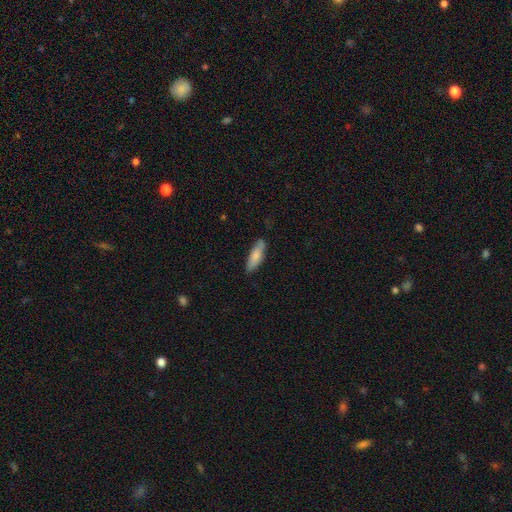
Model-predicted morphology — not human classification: Smooth or featured? Predicted: smooth (p=0.79). How rounded? Predicted: cigar-shaped (p=0.49, tied with in between). Merging? Predicted: none (p=0.80).